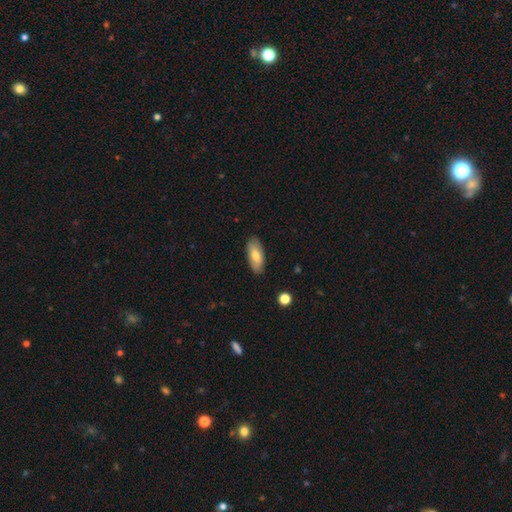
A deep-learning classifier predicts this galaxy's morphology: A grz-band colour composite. It shows a smooth galaxy with no disk features (74%) that is in between round and cigar-shaped (82%). Merging: none (86%).